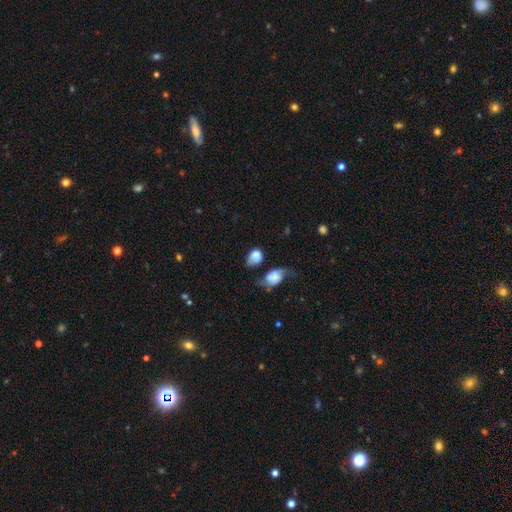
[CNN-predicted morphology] This is likely a smooth galaxy (73%). How rounded: likely in between (67%). Merging: marginally none (33%).